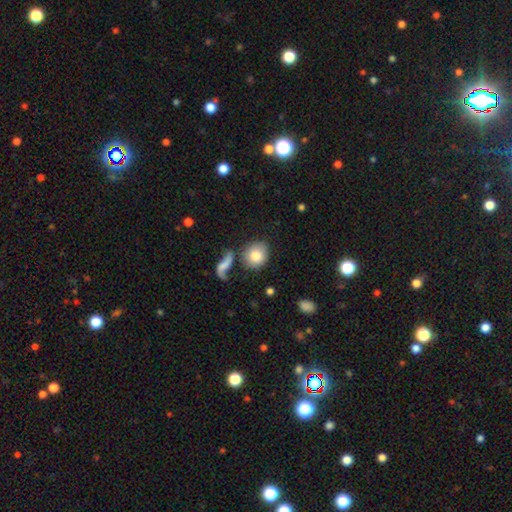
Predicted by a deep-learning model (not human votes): This is clearly a smooth galaxy (81%). How rounded: likely round (73%). Merging: likely none (62%).